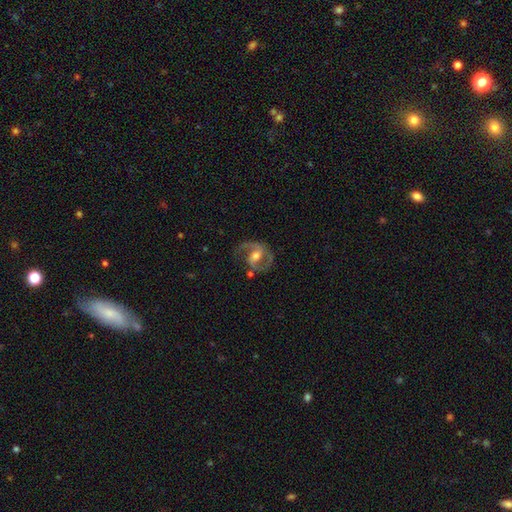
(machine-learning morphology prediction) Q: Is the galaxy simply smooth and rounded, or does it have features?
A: featured or disk — 87%.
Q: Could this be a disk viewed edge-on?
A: no — 97%.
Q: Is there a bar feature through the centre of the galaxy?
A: weak — 44%.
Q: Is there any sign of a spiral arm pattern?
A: yes — 95%.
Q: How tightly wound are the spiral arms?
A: medium — 59%.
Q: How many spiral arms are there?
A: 2 — 88%.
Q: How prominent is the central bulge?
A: moderate — 65%.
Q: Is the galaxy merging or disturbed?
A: none — 69%.